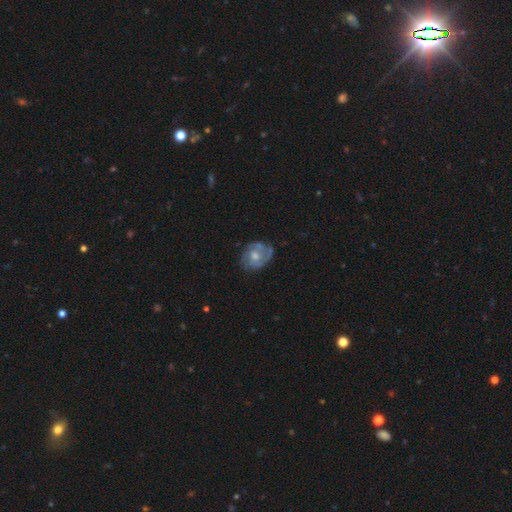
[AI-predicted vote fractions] Smooth or featured?
  - featured or disk: 74% *
  - smooth: 19%
  - star or artifact: 6%
Edge-on disk?
  - no: 97% *
  - yes: 3%
Bar?
  - no: 69% *
  - weak: 27%
  - strong: 4%
Spiral arms?
  - yes: 86% *
  - no: 14%
Spiral winding?
  - tight: 52% *
  - medium: 36%
  - loose: 12%
Spiral arm count?
  - can't tell: 32% *
  - 2: 28%
  - 3: 24%
  - 4: 7%
  - 1: 6%
  - more than 4: 4%
Bulge size?
  - moderate: 65% *
  - small: 22%
  - large: 8%
  - none: 4%
  - dominant: 1%
Merging?
  - none: 65% *
  - minor disturbance: 23%
  - major disturbance: 10%
  - merger: 2%